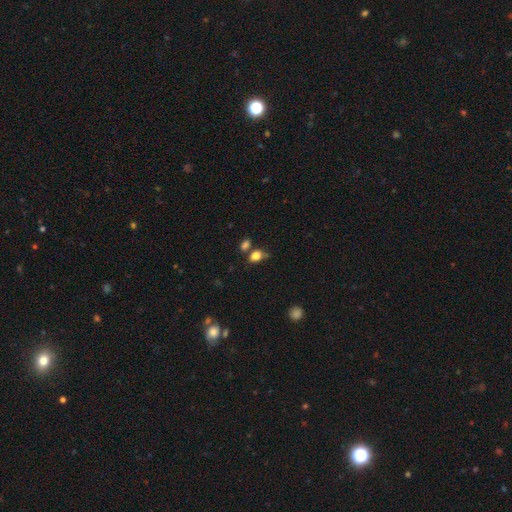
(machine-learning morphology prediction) This is clearly a smooth galaxy (83%). How rounded: likely in between (75%). Merging: possibly none (56%).